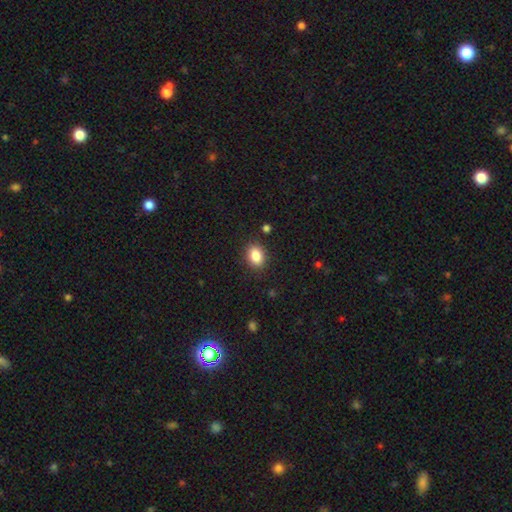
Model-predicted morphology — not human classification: Smooth or featured? Predicted: smooth (p=0.86). How rounded? Predicted: in between (p=0.70). Merging? Predicted: none (p=0.86).